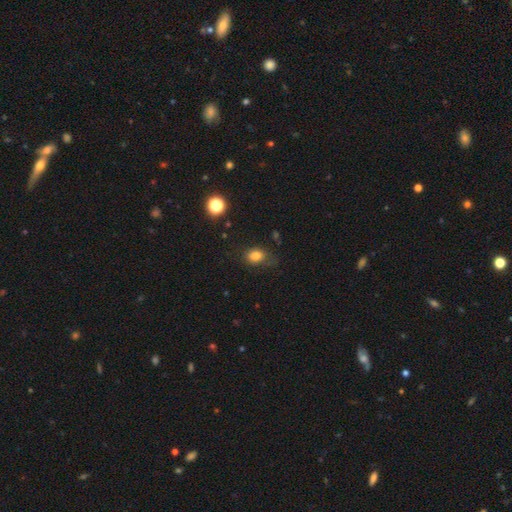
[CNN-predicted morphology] smooth 80%, star or artifact 13%, featured or disk 7%. Down the decision tree: how rounded — in between (58%); merging — none (67%).